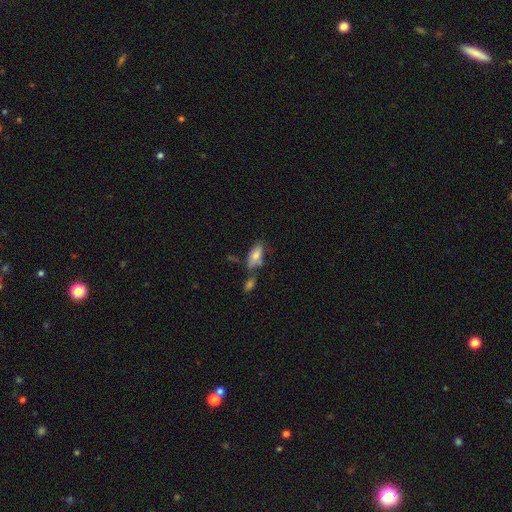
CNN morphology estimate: Q: Smooth or featured?
A: smooth (72%); runner-up: featured or disk (20%)
Q: How rounded?
A: in between (83%); runner-up: cigar-shaped (14%)
Q: Merging?
A: none (48%); runner-up: merger (26%)